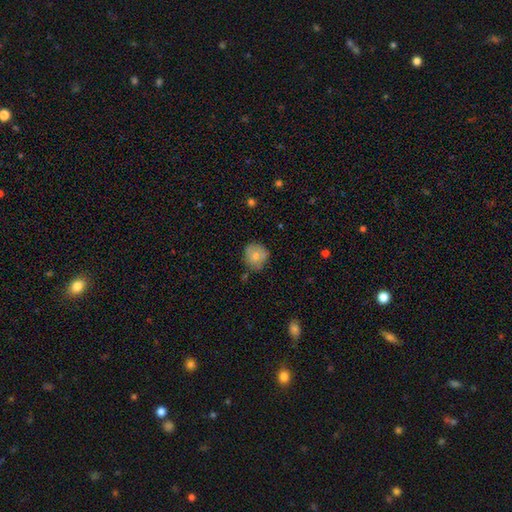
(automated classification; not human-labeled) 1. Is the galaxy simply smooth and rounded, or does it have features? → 72% smooth, 20% featured or disk, 8% star or artifact.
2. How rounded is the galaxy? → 83% round, 16% in between, 1% cigar-shaped.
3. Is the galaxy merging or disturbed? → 66% none, 24% minor disturbance, 5% major disturbance, 4% merger.